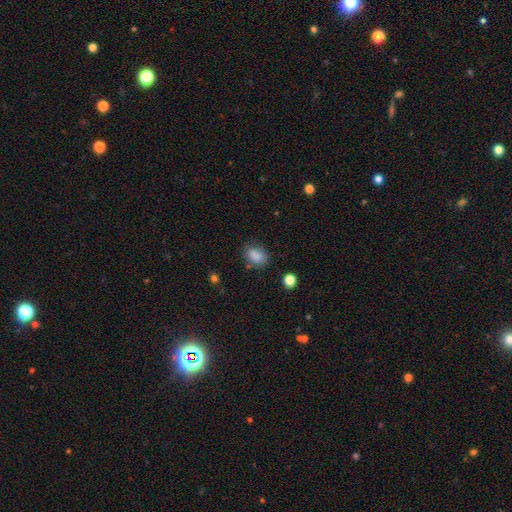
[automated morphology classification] This is clearly a smooth galaxy (86%). How rounded: likely in between (75%). Merging: likely none (75%).